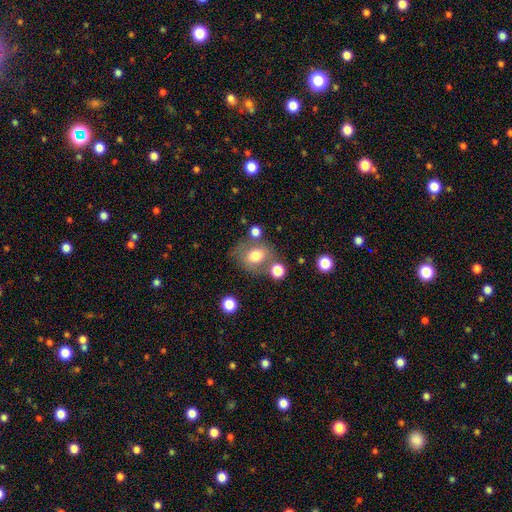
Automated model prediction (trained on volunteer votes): Smooth or featured? Predicted: smooth (p=0.71). How rounded? Predicted: round (p=0.57). Merging? Predicted: none (p=0.60).